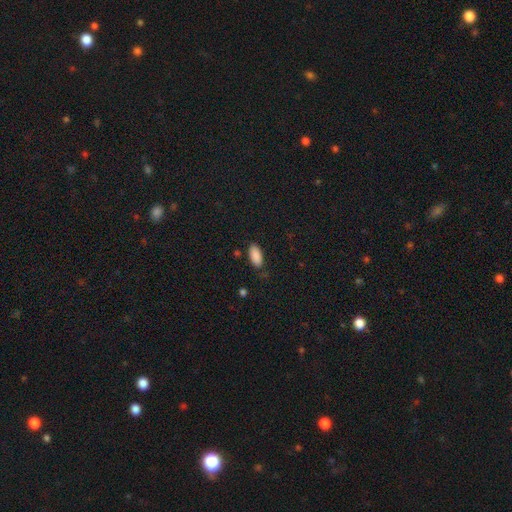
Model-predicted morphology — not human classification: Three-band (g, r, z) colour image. It shows a smooth galaxy with no disk features (89%) that is in between round and cigar-shaped (91%). Merging: none (81%).